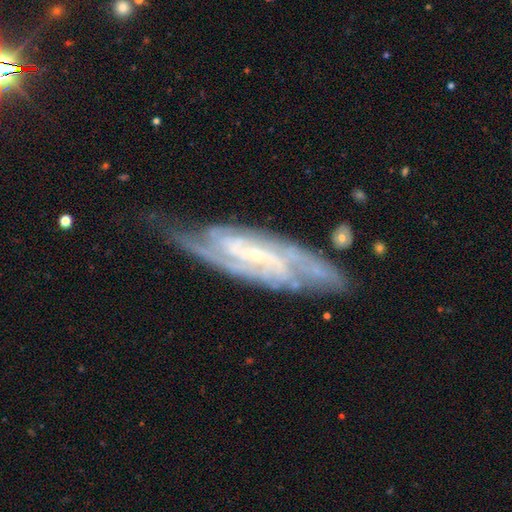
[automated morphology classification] A featured or disk galaxy (88%) with a weak bar (42%), 2 (43%) tight (52%) spiral arms (97%) and a small central bulge (74%).

Vote fractions:
- Smooth or featured? featured or disk: 88% / smooth: 7% / star or artifact: 6%
- Edge-on disk? no: 85% / yes: 15%
- Bar? weak: 42% / strong: 33% / no: 25%
- Spiral arms? yes: 97% / no: 3%
- Spiral winding? tight: 52% / medium: 39% / loose: 10%
- Spiral arm count? 2: 43% / can't tell: 23% / 3: 18% / 4: 8% / more than 4: 4% / 1: 4%
- Bulge size? small: 74% / moderate: 17% / none: 7% / large: 1% / dominant: 1%
- Merging? none: 67% / minor disturbance: 21% / major disturbance: 8% / merger: 3%